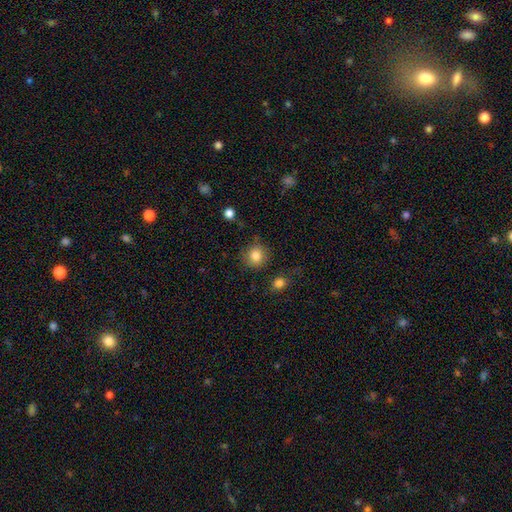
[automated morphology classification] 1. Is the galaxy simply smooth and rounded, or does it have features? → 84% smooth, 10% star or artifact, 6% featured or disk.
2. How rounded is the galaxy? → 89% round, 10% in between, 1% cigar-shaped.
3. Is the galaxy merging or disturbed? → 83% none, 10% minor disturbance, 3% major disturbance, 3% merger.